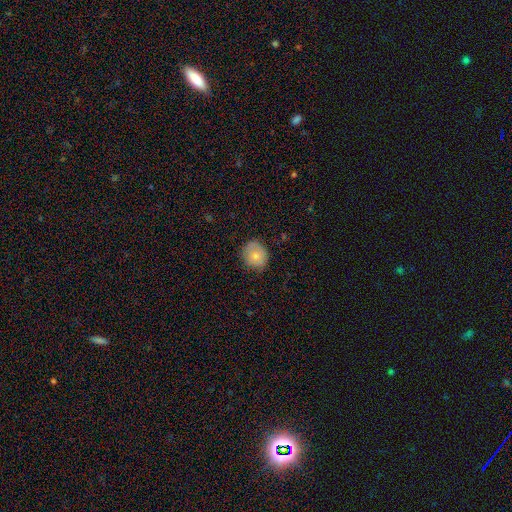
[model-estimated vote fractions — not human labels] Smooth or featured?
  - smooth: 79% *
  - featured or disk: 13%
  - star or artifact: 9%
How rounded?
  - round: 76% *
  - in between: 23%
  - cigar-shaped: 1%
Merging?
  - none: 79% *
  - minor disturbance: 16%
  - major disturbance: 3%
  - merger: 1%